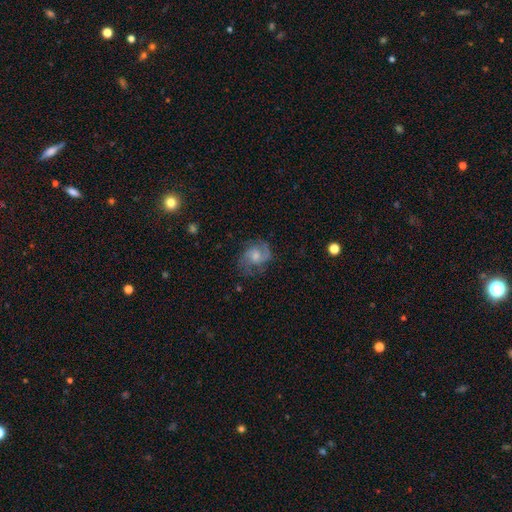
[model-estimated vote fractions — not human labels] featured or disk 69%, smooth 24%, star or artifact 8%. Down the decision tree: edge-on disk — no (98%); bar — no (56%); spiral arms — yes (92%); spiral arm count — 2 (77%); spiral winding — medium (51%); bulge size — moderate (44%); merging — none (64%).